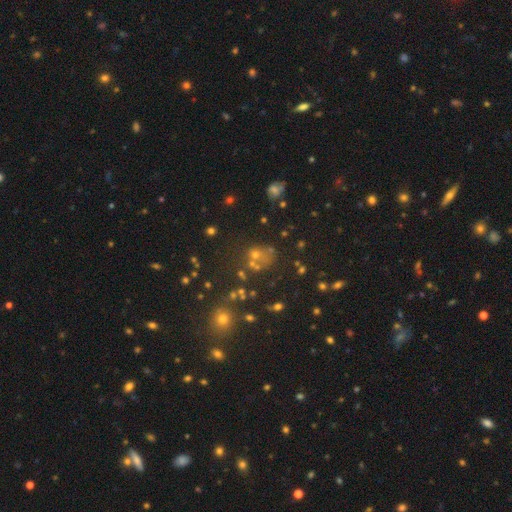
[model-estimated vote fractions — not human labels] Overall: smooth (48%; star or artifact 38%). Merging: none (56%; merger 22%).